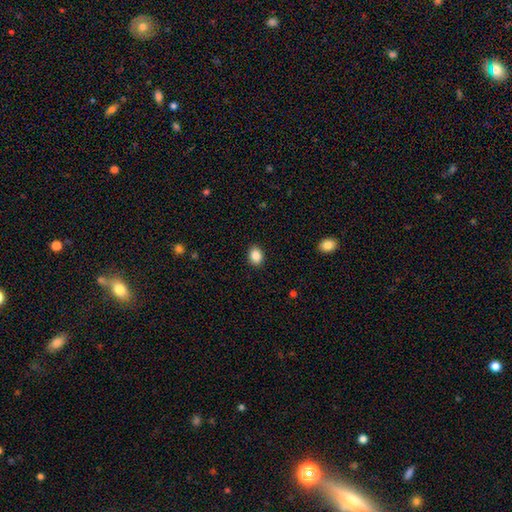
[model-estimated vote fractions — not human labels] Smooth or featured? smooth (88%)
How rounded? in between (65%)
Merging? none (90%)